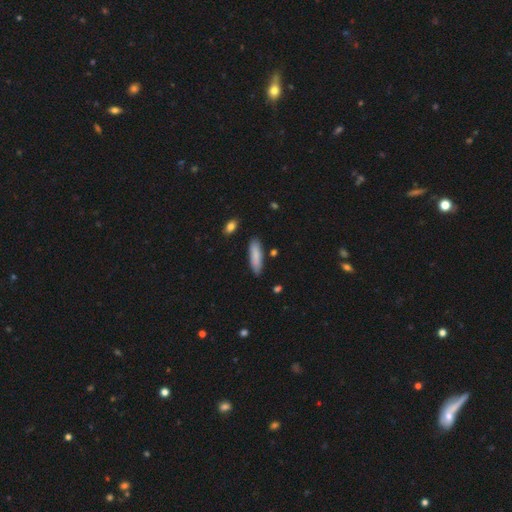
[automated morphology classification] Q: Smooth or featured?
A: smooth (84%); runner-up: featured or disk (10%)
Q: How rounded?
A: cigar-shaped (58%); runner-up: in between (41%)
Q: Merging?
A: none (84%); runner-up: minor disturbance (11%)